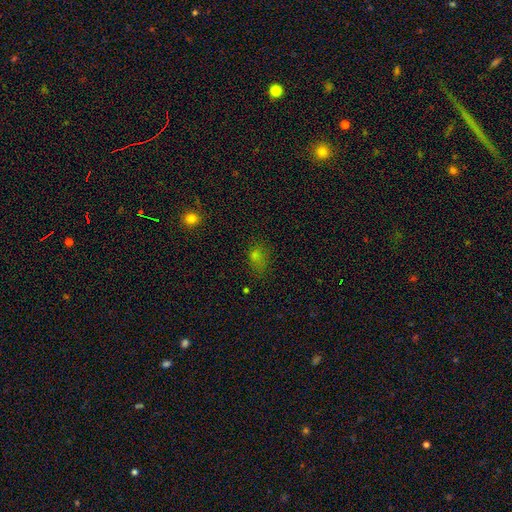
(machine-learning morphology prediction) smooth_or_featured: smooth (p=0.60) [alt: star or artifact p=0.29]
how_rounded: in between (p=0.64) [alt: round p=0.33]
merging: none (p=0.62) [alt: minor disturbance p=0.22]